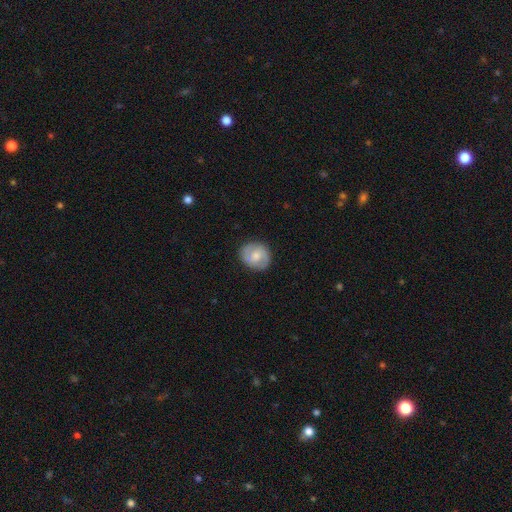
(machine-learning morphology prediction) A featured or disk galaxy (49%).

Vote fractions:
- Smooth or featured? featured or disk: 49% / smooth: 45% / star or artifact: 7%
- Merging? none: 84% / minor disturbance: 12% / major disturbance: 3% / merger: 1%